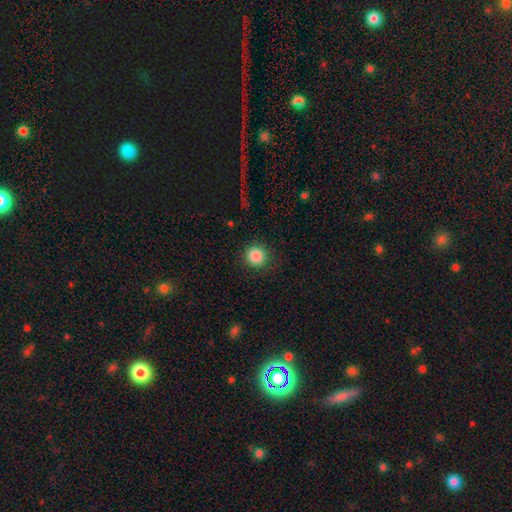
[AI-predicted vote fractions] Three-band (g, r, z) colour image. It shows a smooth galaxy with no disk features (87%) that is round (93%). Merging: none (87%).